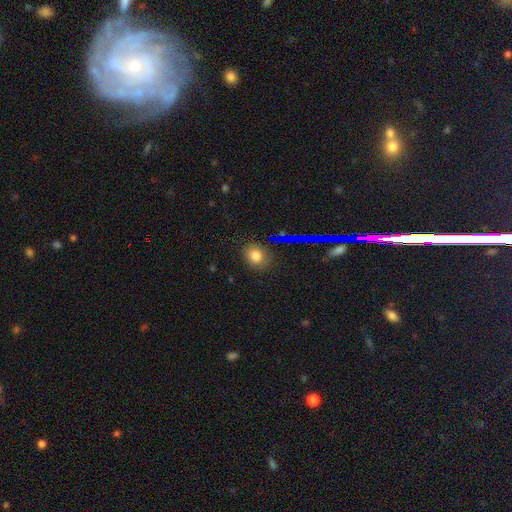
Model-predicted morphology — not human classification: This appears to be a smooth galaxy with no disk features (77%) that is round (58%). Merging: none (84%).